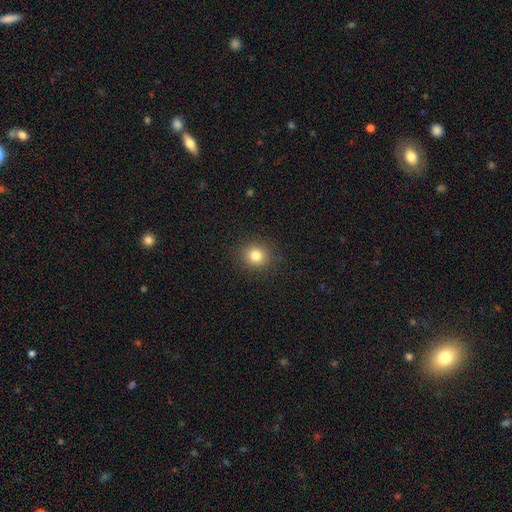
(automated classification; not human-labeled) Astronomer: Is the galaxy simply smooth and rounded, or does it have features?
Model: smooth — 81%.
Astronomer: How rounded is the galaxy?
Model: round — 85%.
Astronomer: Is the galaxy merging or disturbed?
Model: none — 90%.